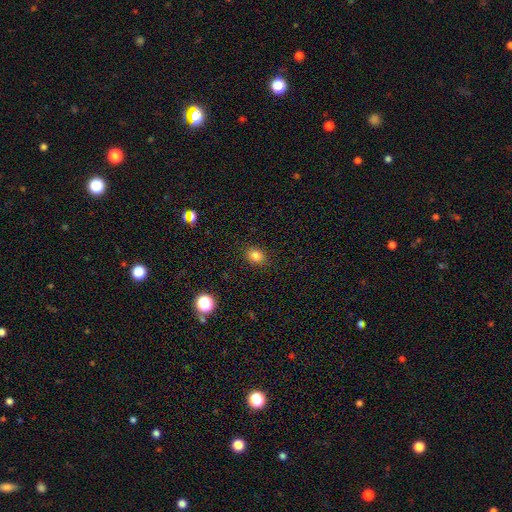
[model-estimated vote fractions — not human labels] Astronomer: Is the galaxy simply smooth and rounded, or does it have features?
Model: smooth — 82%.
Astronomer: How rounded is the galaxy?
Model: round — 55% (runner-up: in between, 44%).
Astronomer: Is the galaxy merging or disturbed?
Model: none — 88%.